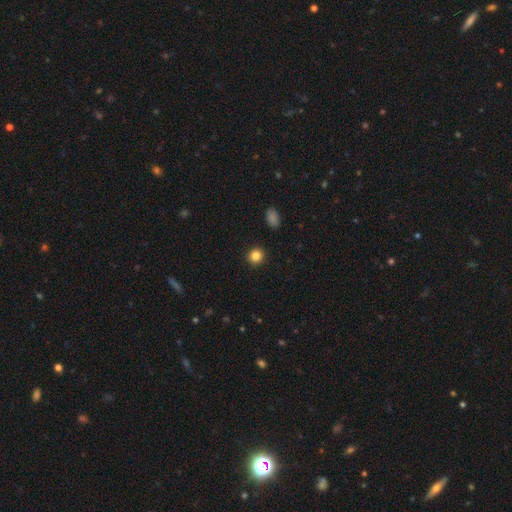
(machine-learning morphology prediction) Smooth or featured: smooth — 85% (star or artifact — 11%)
How rounded: round — 91% (in between — 8%)
Merging: none — 93% (minor disturbance — 5%)